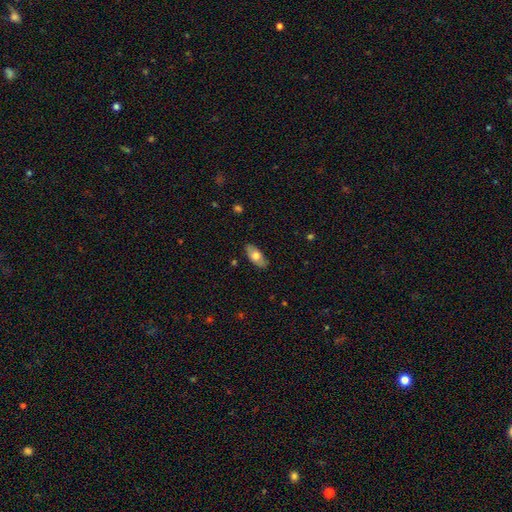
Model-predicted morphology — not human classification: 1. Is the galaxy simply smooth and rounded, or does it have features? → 70% smooth, 24% featured or disk, 6% star or artifact.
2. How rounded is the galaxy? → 89% in between, 8% cigar-shaped, 3% round.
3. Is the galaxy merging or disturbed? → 85% none, 12% minor disturbance, 2% major disturbance, 1% merger.